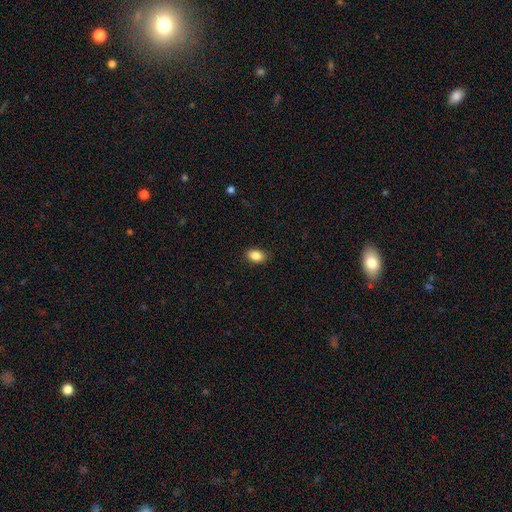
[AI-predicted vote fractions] Smooth or featured? Predicted: smooth (p=0.87). How rounded? Predicted: in between (p=0.84). Merging? Predicted: none (p=0.88).